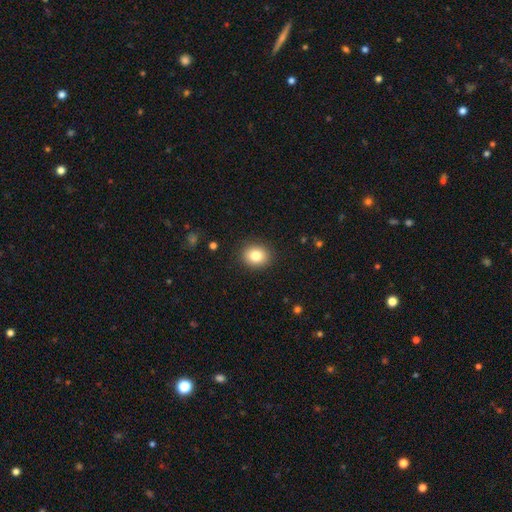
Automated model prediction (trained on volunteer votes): Smooth or featured? smooth (82%)
How rounded? round (68%)
Merging? none (89%)